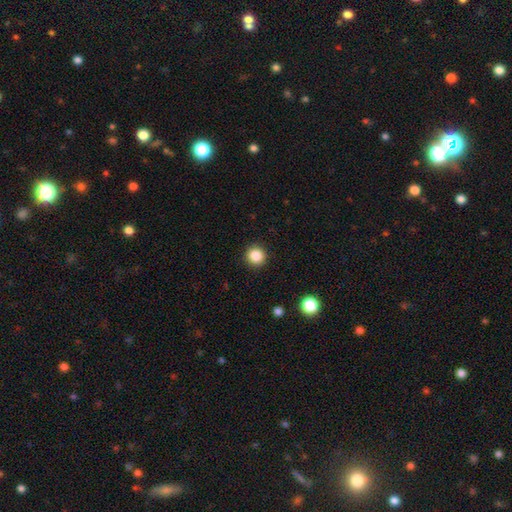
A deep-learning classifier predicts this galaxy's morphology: Smooth or featured?
  - smooth: 86% *
  - star or artifact: 11%
  - featured or disk: 3%
How rounded?
  - round: 94% *
  - in between: 5%
  - cigar-shaped: 1%
Merging?
  - none: 91% *
  - minor disturbance: 6%
  - major disturbance: 2%
  - merger: 1%